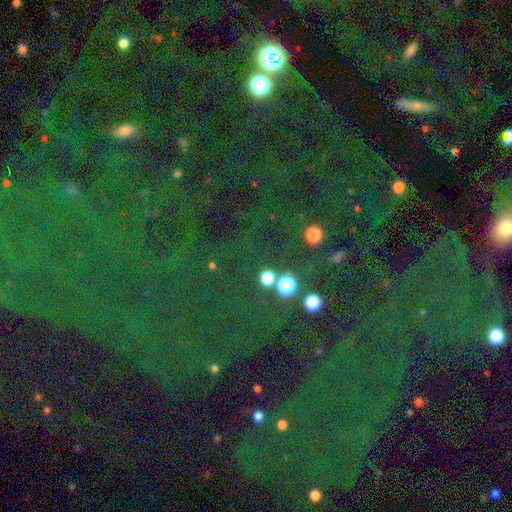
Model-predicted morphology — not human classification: Smooth or featured?
  - star or artifact: 80% *
  - smooth: 11%
  - featured or disk: 9%